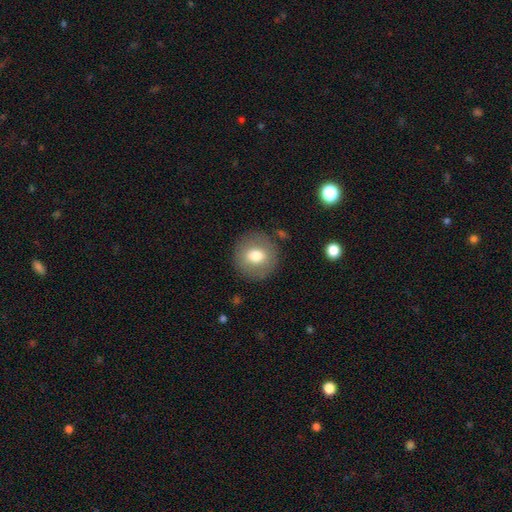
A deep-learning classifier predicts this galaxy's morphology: Overall: smooth (70%). How rounded: round (92%). Merging: none (87%).